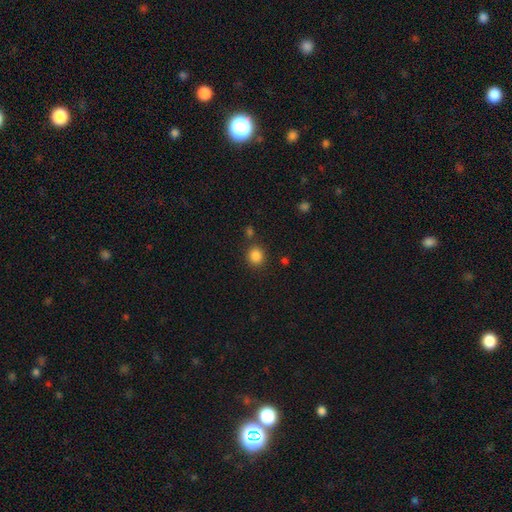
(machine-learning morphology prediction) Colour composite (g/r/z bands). It shows a smooth galaxy with no disk features (85%) that is round (84%). Merging: none (83%).